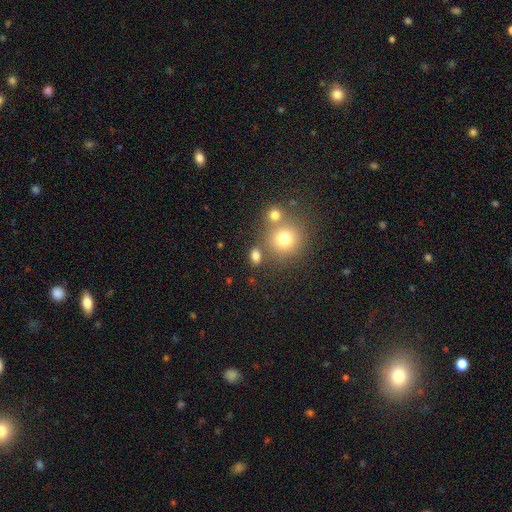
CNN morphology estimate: smooth-or-featured: smooth: 76% | star or artifact: 16% | featured or disk: 8%
  how-rounded: in between: 54% | round: 44% | cigar-shaped: 2%
  merging: none: 68% | merger: 17% | minor disturbance: 11% | major disturbance: 5%